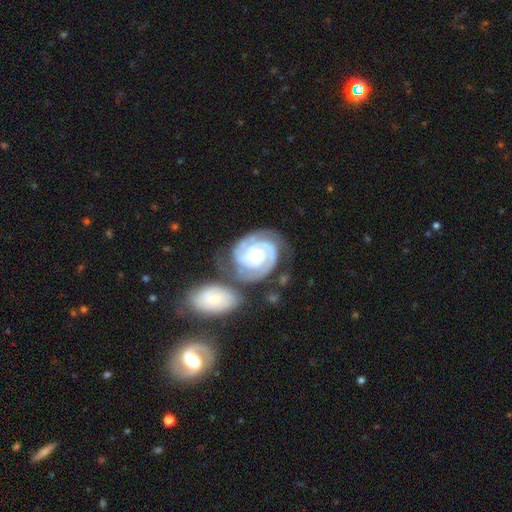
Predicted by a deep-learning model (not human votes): featured or disk 89%, smooth 7%, star or artifact 4%. Down the decision tree: edge-on disk — no (98%); bar — no (67%); spiral arms — yes (98%); spiral arm count — 2 (61%); spiral winding — tight (79%); bulge size — small (53%); merging — none (52%).